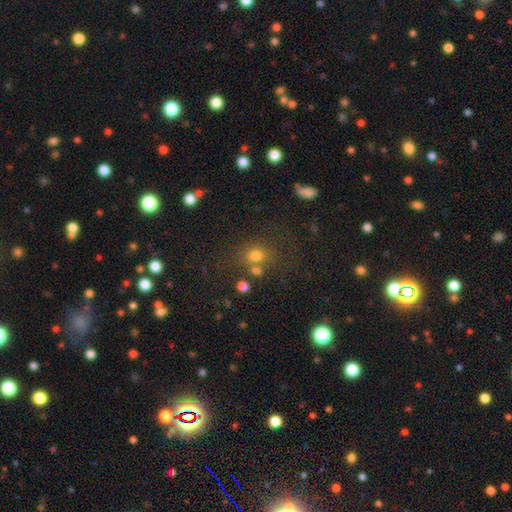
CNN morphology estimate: A smooth galaxy with no disk features (72%) that is round (65%). Merging: none (60%).